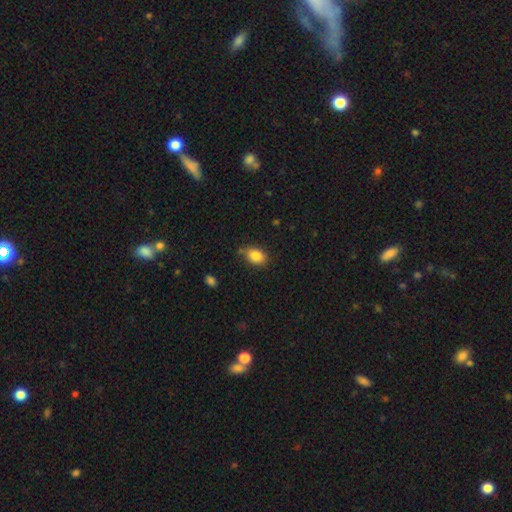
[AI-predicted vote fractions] smooth 85%, star or artifact 9%, featured or disk 6%. Down the decision tree: how rounded — in between (78%); merging — none (77%).